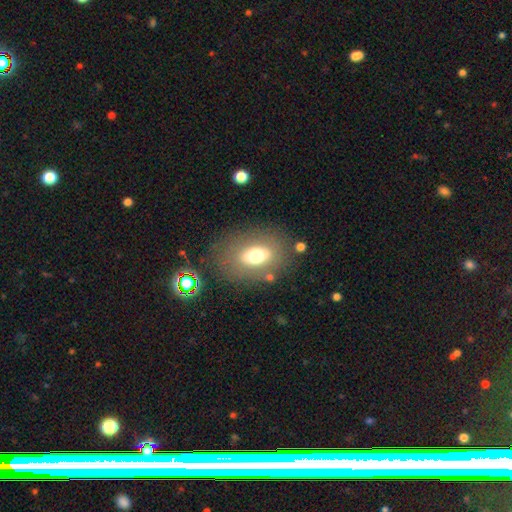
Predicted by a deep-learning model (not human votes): A smooth galaxy with no disk features (64%) that is in between round and cigar-shaped (77%). Merging: none (75%).